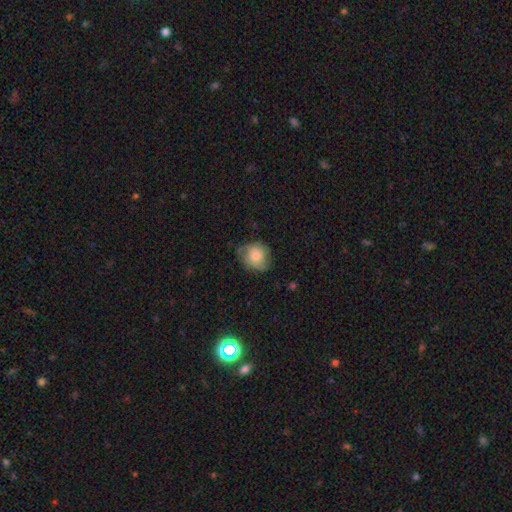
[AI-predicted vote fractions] Smooth or featured?
  - smooth: 68% *
  - featured or disk: 25%
  - star or artifact: 8%
How rounded?
  - round: 70% *
  - in between: 29%
  - cigar-shaped: 1%
Merging?
  - none: 57% *
  - minor disturbance: 30%
  - major disturbance: 11%
  - merger: 1%